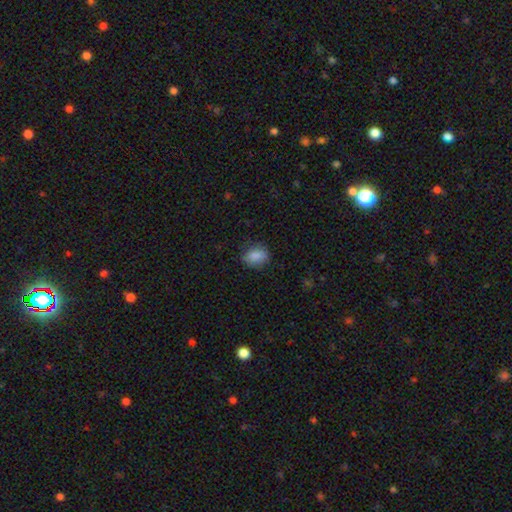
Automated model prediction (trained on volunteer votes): Smooth or featured?
  - smooth: 85% *
  - star or artifact: 8%
  - featured or disk: 6%
How rounded?
  - in between: 71% *
  - round: 27%
  - cigar-shaped: 2%
Merging?
  - none: 77% *
  - minor disturbance: 18%
  - major disturbance: 4%
  - merger: 1%